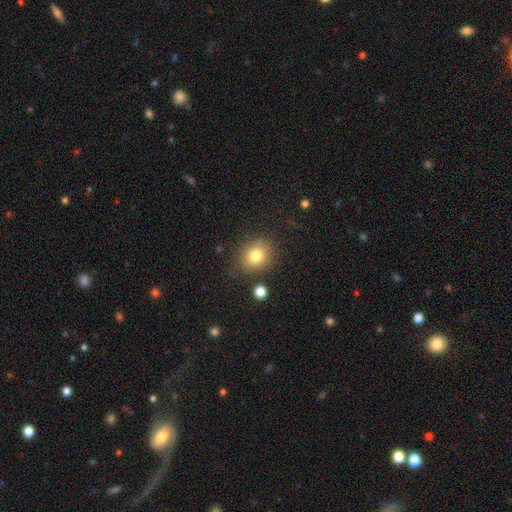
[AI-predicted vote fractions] This appears to be a smooth galaxy with no disk features (79%) that is round (72%). Merging: none (79%).